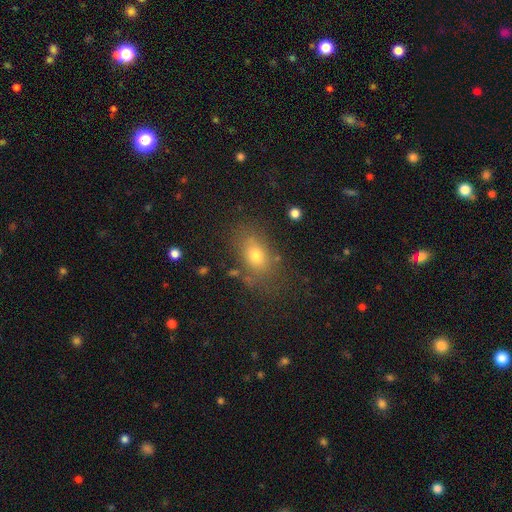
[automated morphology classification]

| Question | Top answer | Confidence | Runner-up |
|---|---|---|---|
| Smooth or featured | smooth | 72% | featured or disk (15%) |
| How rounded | in between | 77% | round (20%) |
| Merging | none | 73% | minor disturbance (16%) |